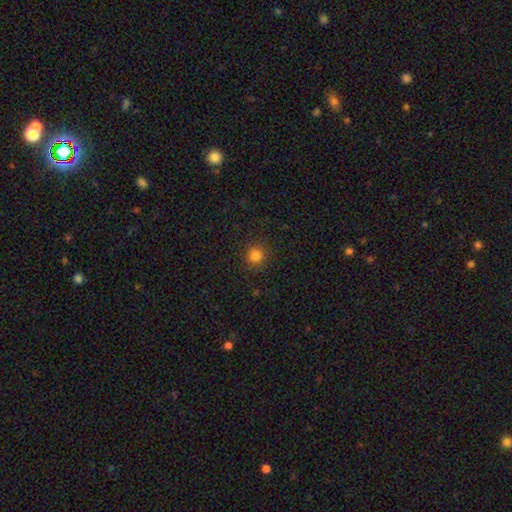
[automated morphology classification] A smooth galaxy with no disk features (82%) that is round (93%).

Vote fractions:
- Smooth or featured? smooth: 82% / star or artifact: 14% / featured or disk: 4%
- How rounded? round: 93% / in between: 6% / cigar-shaped: 1%
- Merging? none: 90% / minor disturbance: 6% / major disturbance: 2% / merger: 1%